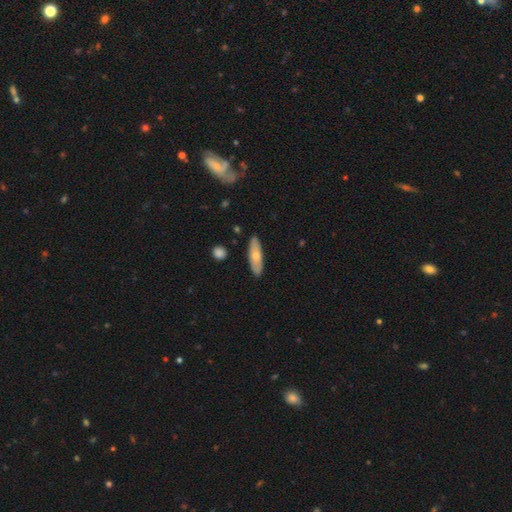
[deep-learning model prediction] Smooth or featured? smooth (65%)
How rounded? cigar-shaped (50%)
Merging? none (87%)